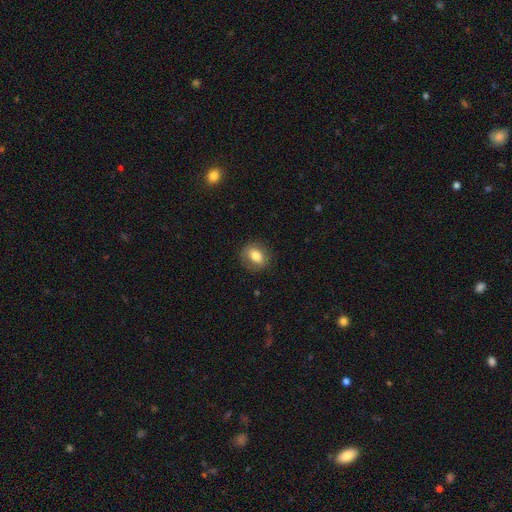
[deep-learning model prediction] Smooth or featured?
  - smooth: 76% *
  - featured or disk: 15%
  - star or artifact: 9%
How rounded?
  - in between: 54% *
  - round: 44%
  - cigar-shaped: 1%
Merging?
  - none: 83% *
  - minor disturbance: 12%
  - major disturbance: 4%
  - merger: 1%